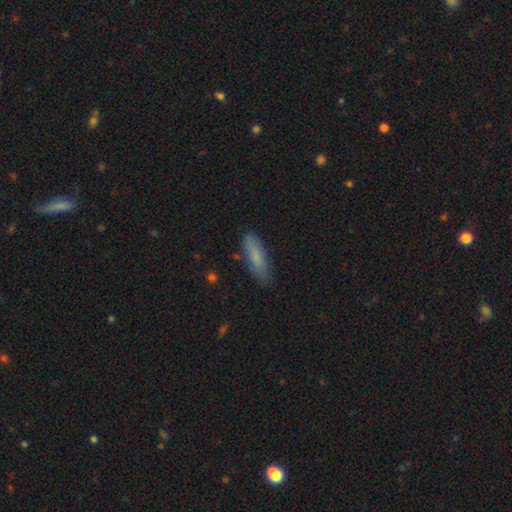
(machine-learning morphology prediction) Smooth or featured? Predicted: smooth (p=0.80). How rounded? Predicted: cigar-shaped (p=0.59). Merging? Predicted: none (p=0.77).